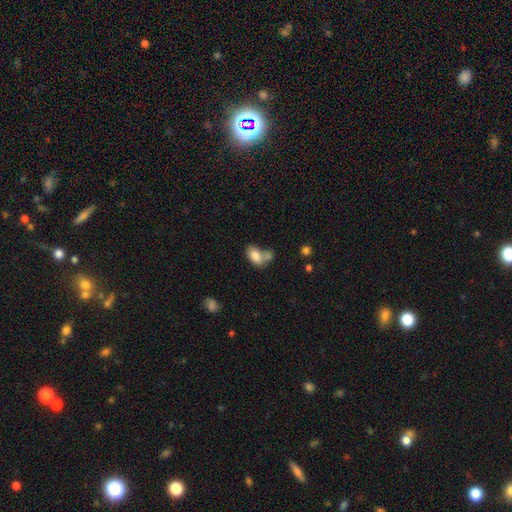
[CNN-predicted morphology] Overall: smooth (82%). How rounded: in between (90%). Merging: merger (48%; none 33%).